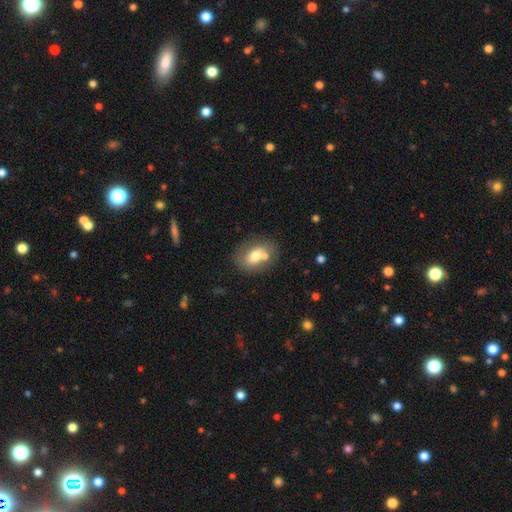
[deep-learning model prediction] Morphology: type=smooth (65%); roundness=in between (72%); merging=none (54%).